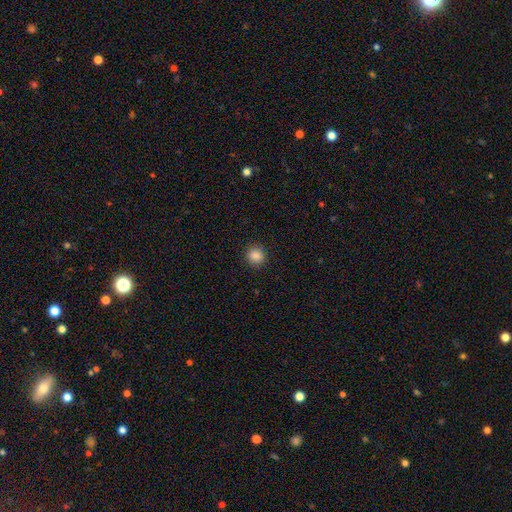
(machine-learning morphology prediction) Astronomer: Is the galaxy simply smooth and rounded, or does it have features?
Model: smooth — 86%.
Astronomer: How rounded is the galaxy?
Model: round — 91%.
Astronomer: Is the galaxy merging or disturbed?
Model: none — 91%.